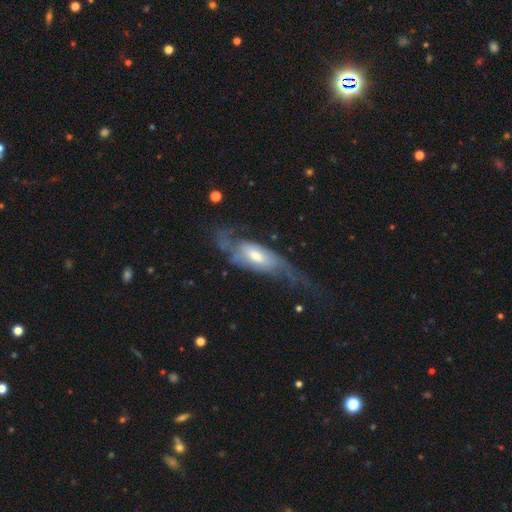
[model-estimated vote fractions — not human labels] Q: Smooth or featured?
A: featured or disk (69%); runner-up: smooth (25%)
Q: Edge-on disk?
A: no (83%); runner-up: yes (17%)
Q: Bar?
A: no (52%); runner-up: weak (36%)
Q: Spiral arms?
A: yes (81%); runner-up: no (19%)
Q: Bulge size?
A: moderate (56%); runner-up: small (28%)
Q: Merging?
A: major disturbance (41%); runner-up: none (34%)